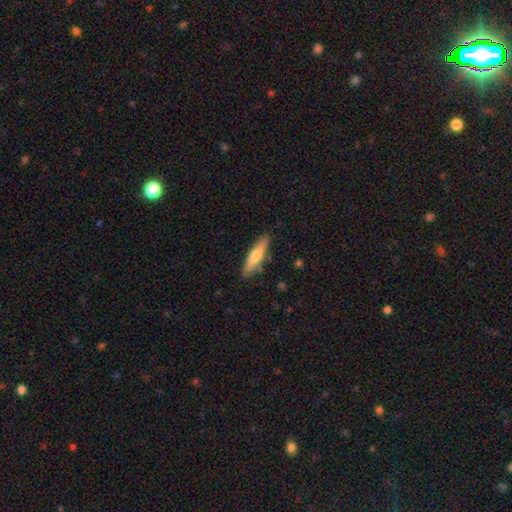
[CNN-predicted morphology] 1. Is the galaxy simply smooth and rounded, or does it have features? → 62% smooth, 32% featured or disk, 6% star or artifact.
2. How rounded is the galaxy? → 81% cigar-shaped, 17% in between, 2% round.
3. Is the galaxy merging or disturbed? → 86% none, 10% minor disturbance, 2% merger, 2% major disturbance.